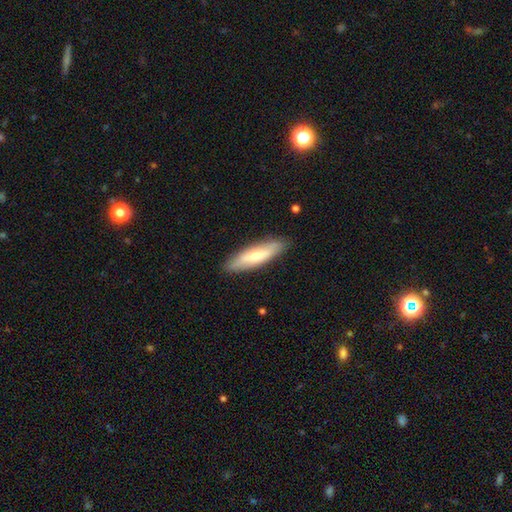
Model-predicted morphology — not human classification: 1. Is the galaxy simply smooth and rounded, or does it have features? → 59% smooth, 36% featured or disk, 6% star or artifact.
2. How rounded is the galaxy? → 63% cigar-shaped, 35% in between, 2% round.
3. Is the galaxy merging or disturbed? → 86% none, 10% minor disturbance, 2% major disturbance, 1% merger.